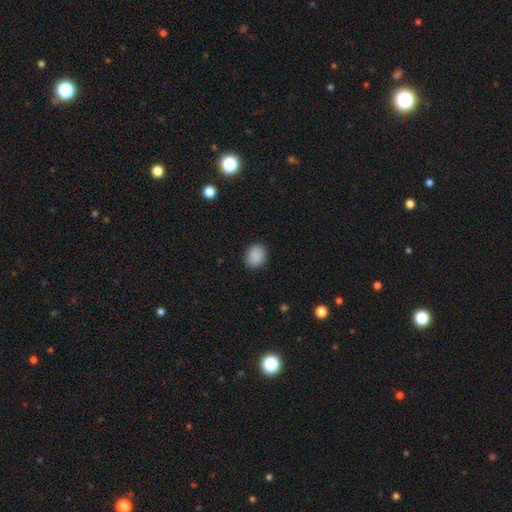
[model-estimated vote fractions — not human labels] Overall: smooth (89%). How rounded: round (55%; in between 45%). Merging: none (87%).